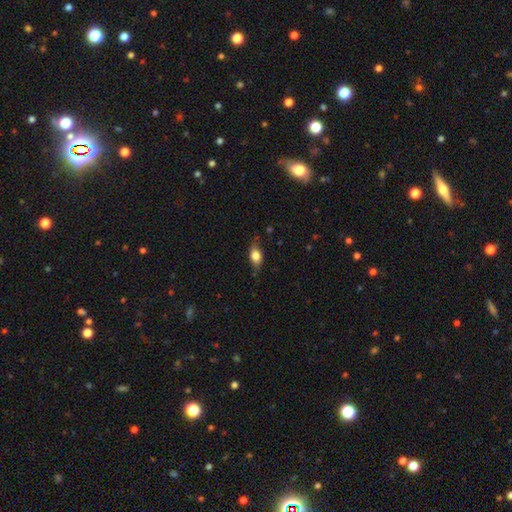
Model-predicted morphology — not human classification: smooth-or-featured: smooth: 76% | featured or disk: 15% | star or artifact: 8%
  how-rounded: in between: 80% | round: 14% | cigar-shaped: 6%
  merging: none: 70% | minor disturbance: 23% | major disturbance: 5% | merger: 2%